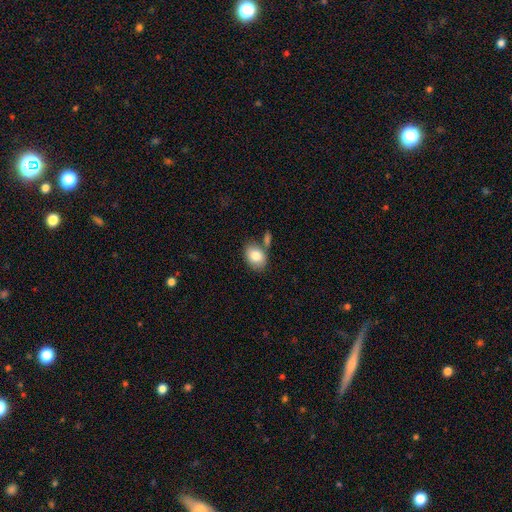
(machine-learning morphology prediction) This appears to be a smooth galaxy with no disk features (83%) that is in between round and cigar-shaped (72%). Merging: none (65%).